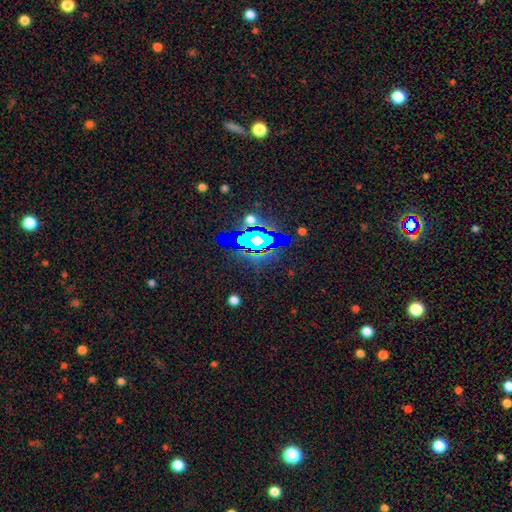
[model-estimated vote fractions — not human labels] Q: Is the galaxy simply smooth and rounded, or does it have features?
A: star or artifact — 70%.